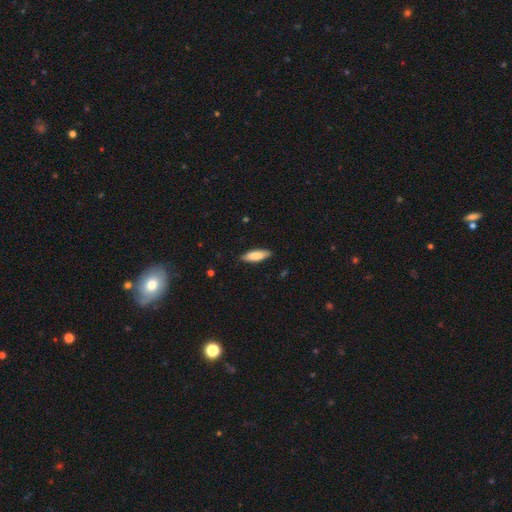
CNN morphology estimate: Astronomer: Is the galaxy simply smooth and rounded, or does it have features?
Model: smooth — 82%.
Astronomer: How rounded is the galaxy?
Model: in between — 52% (runner-up: cigar-shaped, 46%).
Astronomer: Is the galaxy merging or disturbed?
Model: none — 85%.